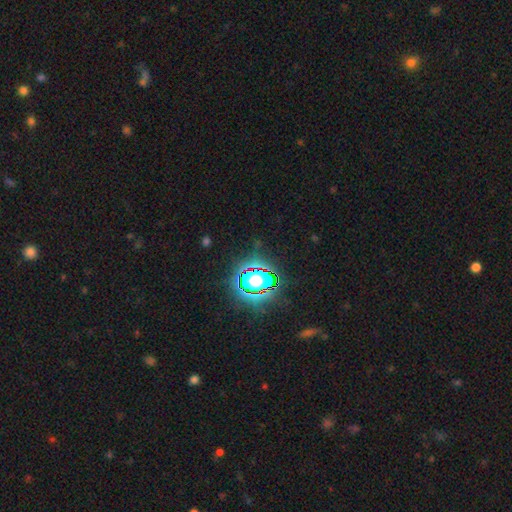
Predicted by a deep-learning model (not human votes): This appears to be a star or artifact, not a galaxy (73%).